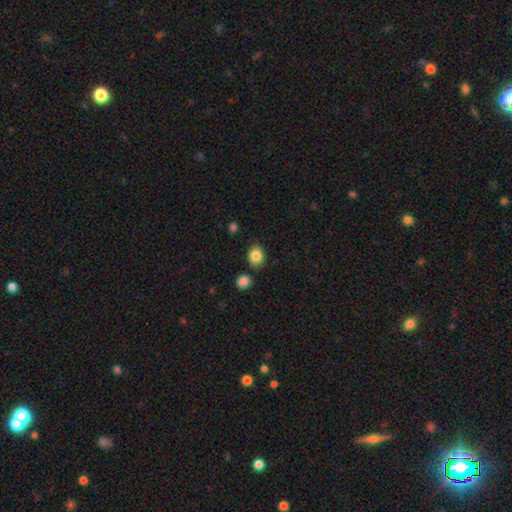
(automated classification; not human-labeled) smooth-or-featured: smooth: 85% | star or artifact: 9% | featured or disk: 7%
  how-rounded: in between: 50% | round: 49% | cigar-shaped: 1%
  merging: none: 82% | minor disturbance: 11% | merger: 5% | major disturbance: 2%